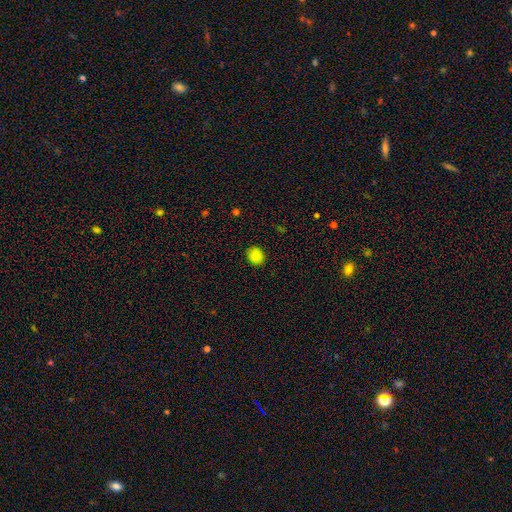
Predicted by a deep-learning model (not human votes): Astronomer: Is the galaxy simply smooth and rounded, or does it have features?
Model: smooth — 86%.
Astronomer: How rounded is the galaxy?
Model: round — 65%.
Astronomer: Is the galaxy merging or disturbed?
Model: none — 88%.